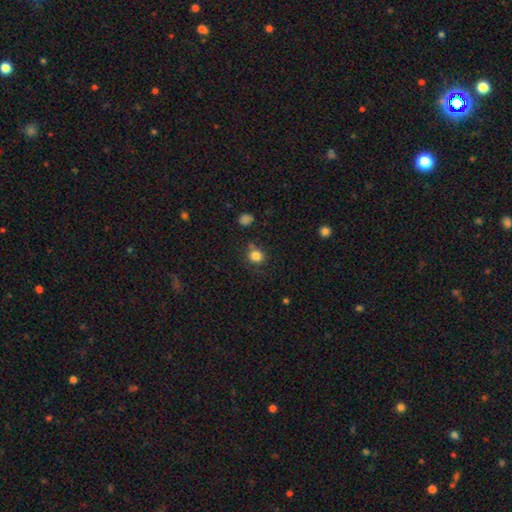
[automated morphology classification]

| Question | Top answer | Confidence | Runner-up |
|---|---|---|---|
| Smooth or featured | smooth | 83% | star or artifact (12%) |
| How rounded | round | 84% | in between (15%) |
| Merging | none | 77% | minor disturbance (13%) |